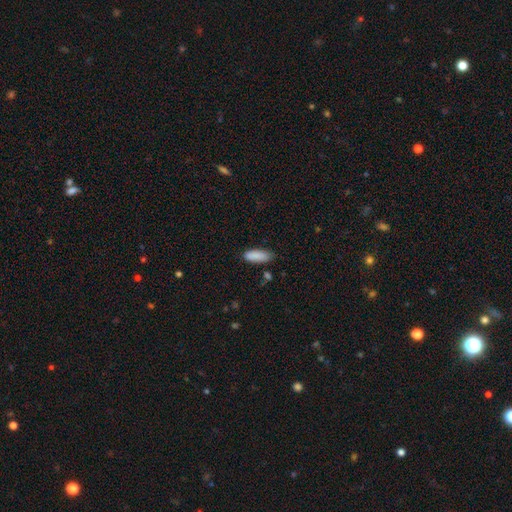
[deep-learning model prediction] smooth-or-featured: smooth: 89% | star or artifact: 7% | featured or disk: 5%
  how-rounded: in between: 64% | cigar-shaped: 34% | round: 2%
  merging: none: 76% | minor disturbance: 18% | major disturbance: 3% | merger: 2%